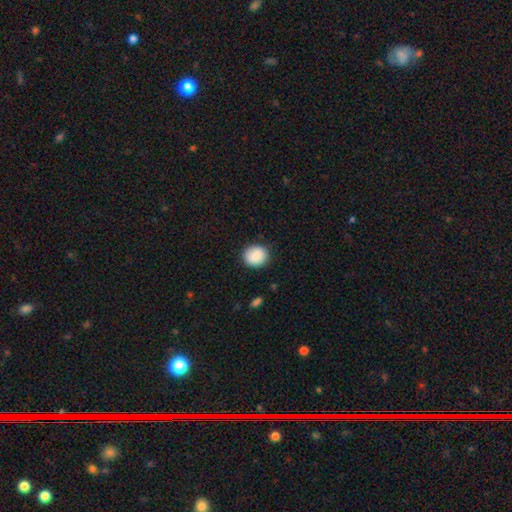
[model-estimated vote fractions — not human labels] Smooth or featured? smooth (89%)
How rounded? round (79%)
Merging? none (88%)